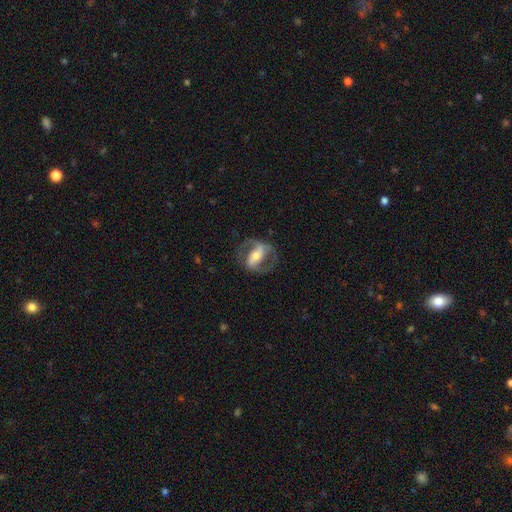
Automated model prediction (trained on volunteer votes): Overall: featured or disk (79%). Edge-on disk: no (92%). Bar: strong (62%; weak 24%). Spiral arms: yes (81%). Spiral arm count: 2 (87%). Spiral winding: medium (50%; loose 28%). Bulge size: moderate (57%; small 30%). Merging: none (70%).